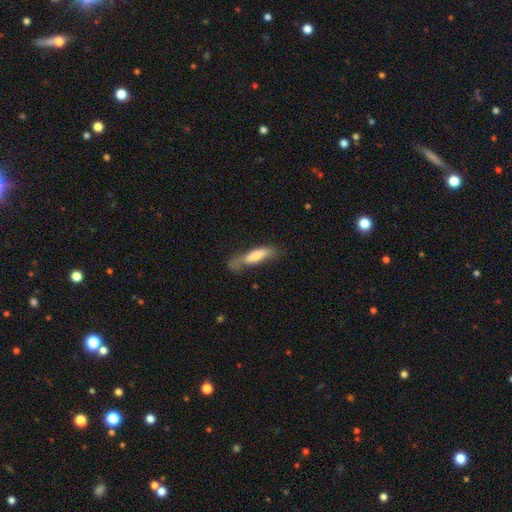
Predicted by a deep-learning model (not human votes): smooth_or_featured: smooth (p=0.64) [alt: featured or disk p=0.30]
how_rounded: cigar-shaped (p=0.73) [alt: in between p=0.25]
merging: none (p=0.49) [alt: minor disturbance p=0.29]